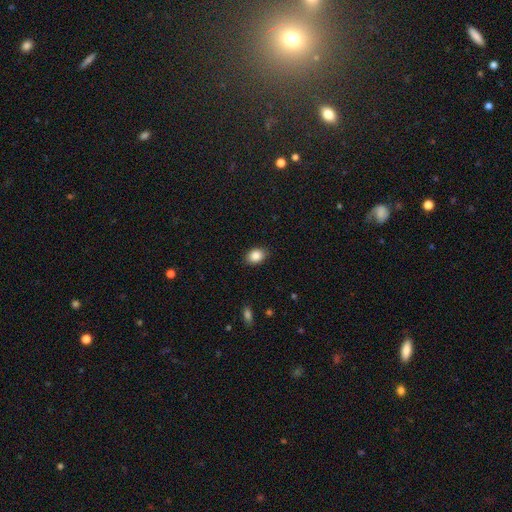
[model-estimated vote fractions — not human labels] A smooth galaxy with no disk features (87%) that is in between round and cigar-shaped (69%).

Vote fractions:
- Smooth or featured? smooth: 87% / star or artifact: 8% / featured or disk: 5%
- How rounded? in between: 69% / round: 30% / cigar-shaped: 1%
- Merging? none: 86% / minor disturbance: 10% / major disturbance: 2% / merger: 1%